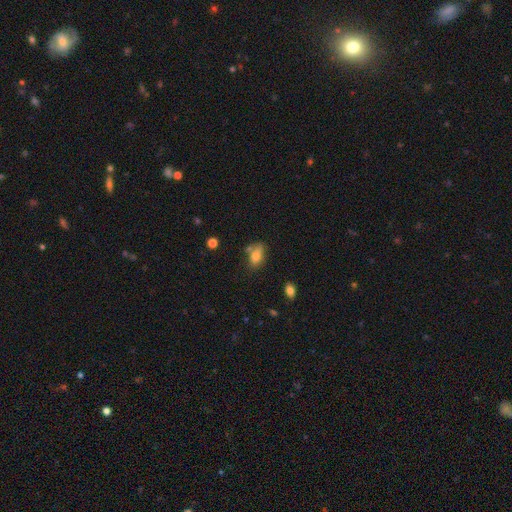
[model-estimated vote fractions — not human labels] Overall: smooth (77%). How rounded: in between (85%). Merging: none (55%; minor disturbance 24%).